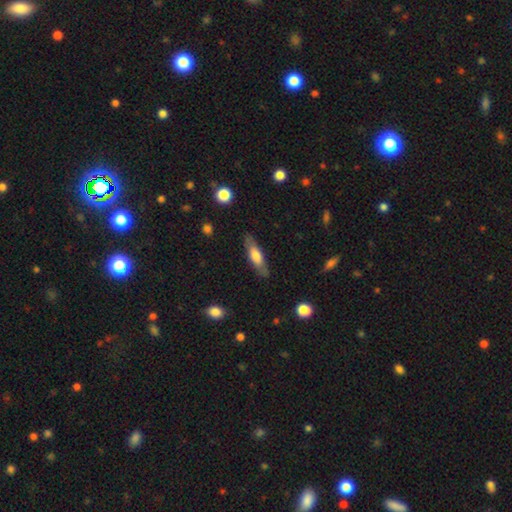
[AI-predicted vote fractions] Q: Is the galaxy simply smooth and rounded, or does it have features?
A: smooth — 59%.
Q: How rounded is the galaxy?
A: cigar-shaped — 62%.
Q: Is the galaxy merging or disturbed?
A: none — 83%.